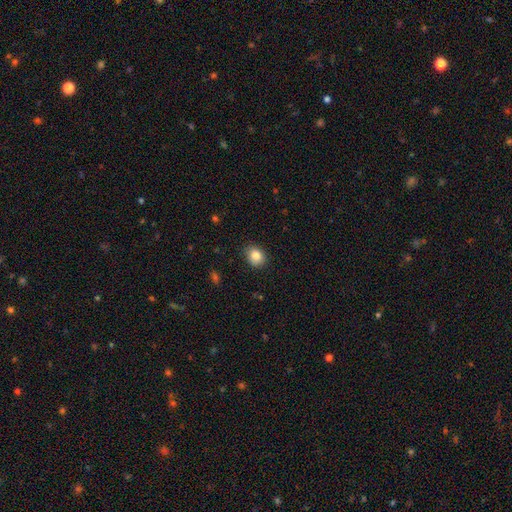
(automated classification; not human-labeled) smooth 84%, star or artifact 9%, featured or disk 7%. Down the decision tree: how rounded — round (52%); merging — none (87%).